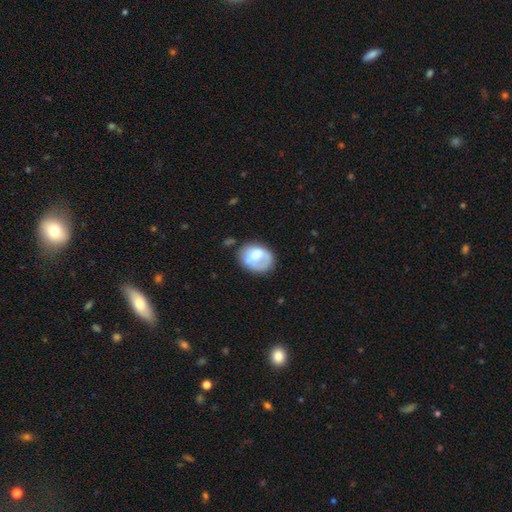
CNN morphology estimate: Smooth or featured? Predicted: smooth (p=0.58). How rounded? Predicted: in between (p=0.60). Merging? Predicted: none (p=0.50).